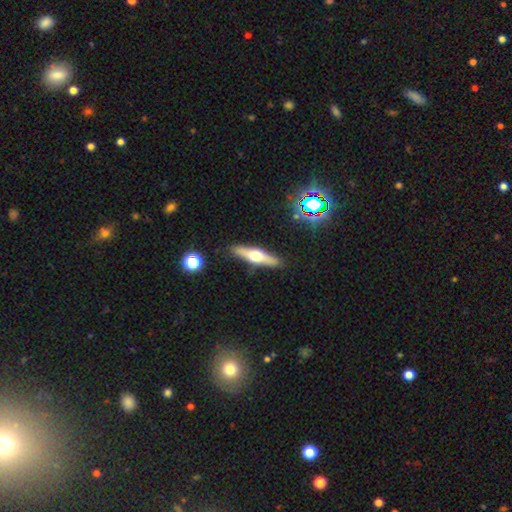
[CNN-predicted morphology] This is likely a featured or disk galaxy (61%). It is clearly viewed edge-on (94%). Edge-on bulge: clearly rounded (93%). Merging: clearly none (88%).